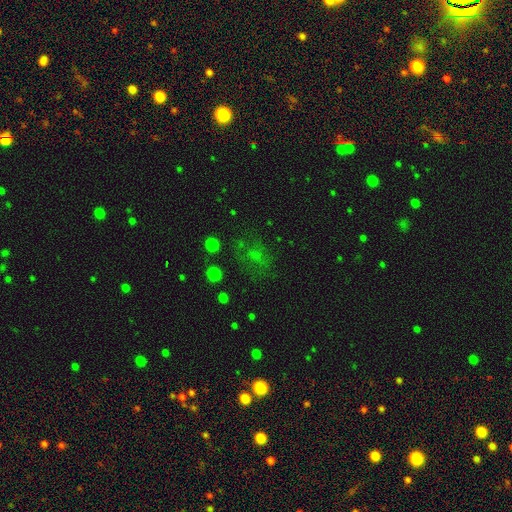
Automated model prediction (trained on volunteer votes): smooth-or-featured: smooth: 46% | star or artifact: 33% | featured or disk: 21%
  merging: none: 58% | major disturbance: 20% | minor disturbance: 19% | merger: 3%